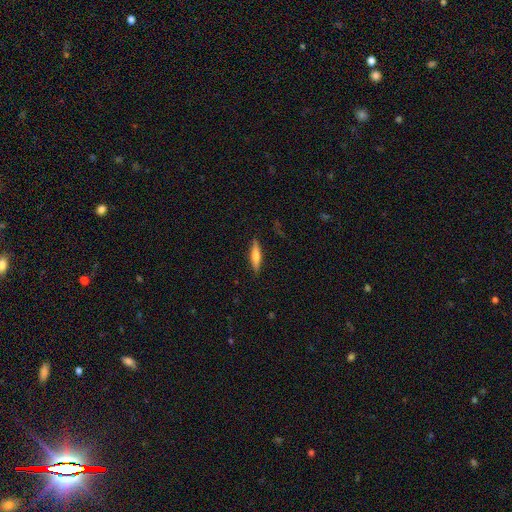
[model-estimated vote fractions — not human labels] Q: Smooth or featured?
A: smooth (52%); runner-up: featured or disk (42%)
Q: How rounded?
A: cigar-shaped (82%); runner-up: in between (17%)
Q: Merging?
A: none (88%); runner-up: minor disturbance (9%)